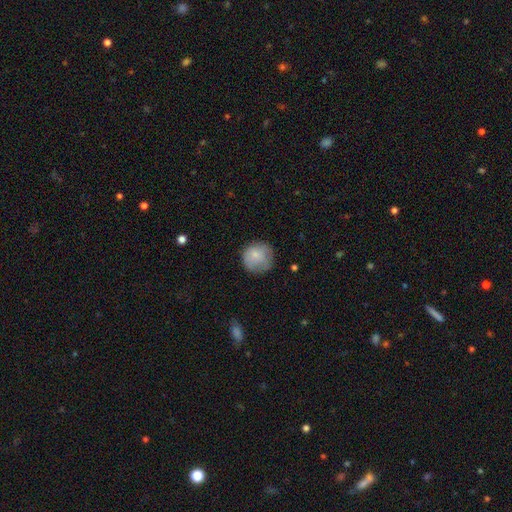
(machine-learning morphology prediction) smooth_or_featured: smooth (p=0.80) [alt: featured or disk p=0.13]
how_rounded: round (p=0.90) [alt: in between p=0.09]
merging: none (p=0.70) [alt: minor disturbance p=0.22]